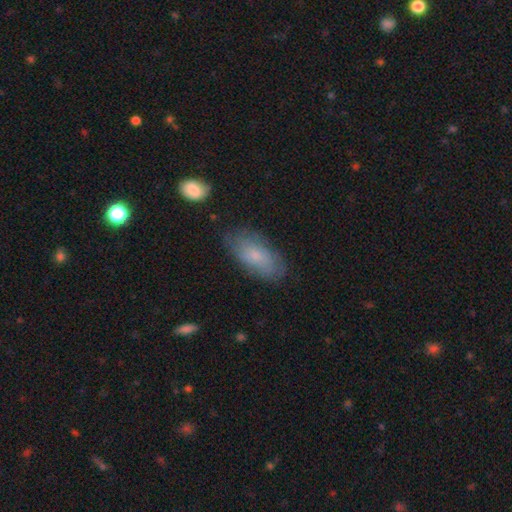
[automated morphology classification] A smooth galaxy with no disk features (67%) that is in between round and cigar-shaped (90%). Merging: none (73%).